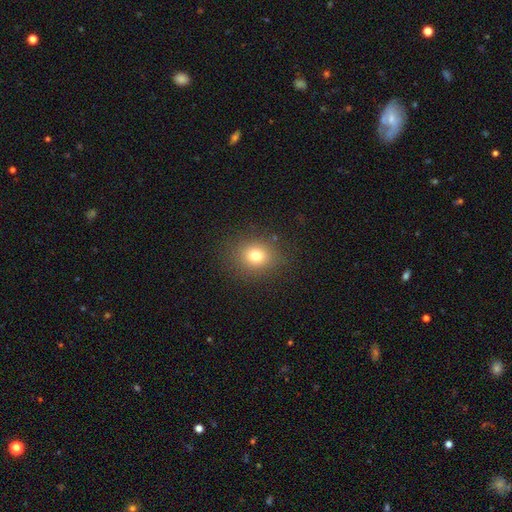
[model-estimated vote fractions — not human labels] smooth_or_featured: smooth (p=0.75) [alt: star or artifact p=0.15]
how_rounded: round (p=0.67) [alt: in between p=0.32]
merging: none (p=0.85) [alt: minor disturbance p=0.09]